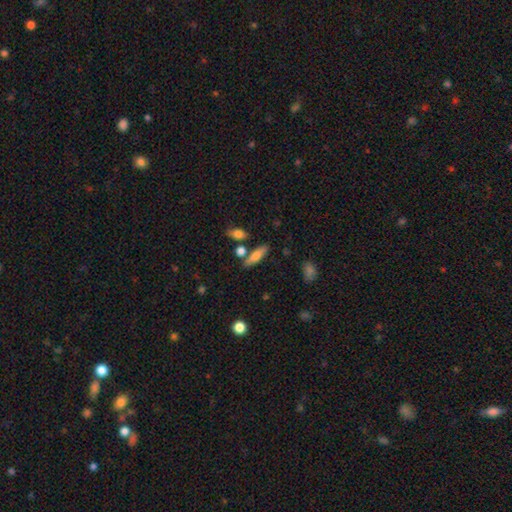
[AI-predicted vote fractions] smooth_or_featured: smooth (p=0.69) [alt: featured or disk p=0.24]
how_rounded: cigar-shaped (p=0.53) [alt: in between p=0.44]
merging: none (p=0.72) [alt: merger p=0.13]